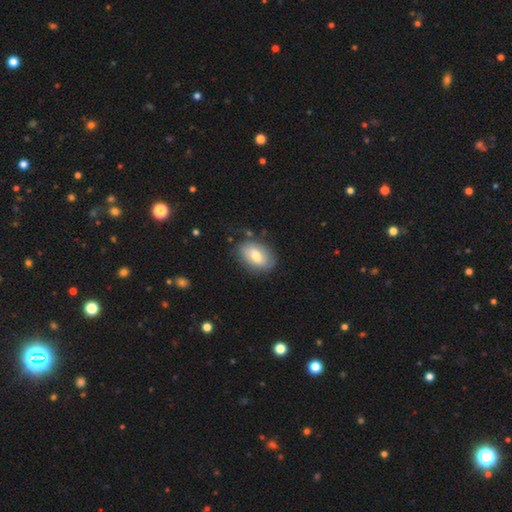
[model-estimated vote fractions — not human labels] Smooth or featured?
  - smooth: 67% *
  - featured or disk: 27%
  - star or artifact: 7%
How rounded?
  - in between: 89% *
  - round: 9%
  - cigar-shaped: 2%
Merging?
  - none: 74% *
  - minor disturbance: 19%
  - major disturbance: 5%
  - merger: 2%